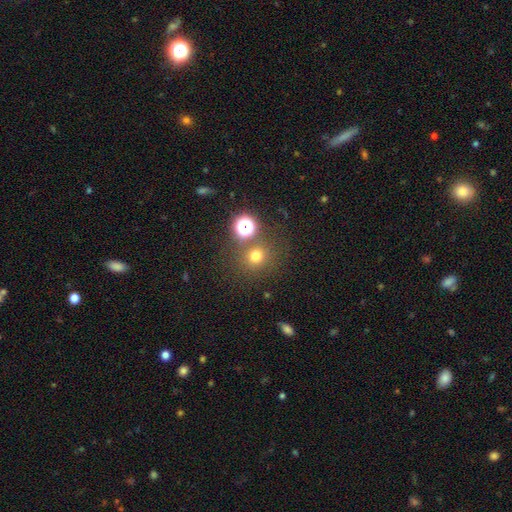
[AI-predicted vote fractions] This is likely a smooth galaxy (70%). How rounded: clearly round (89%). Merging: likely none (77%).